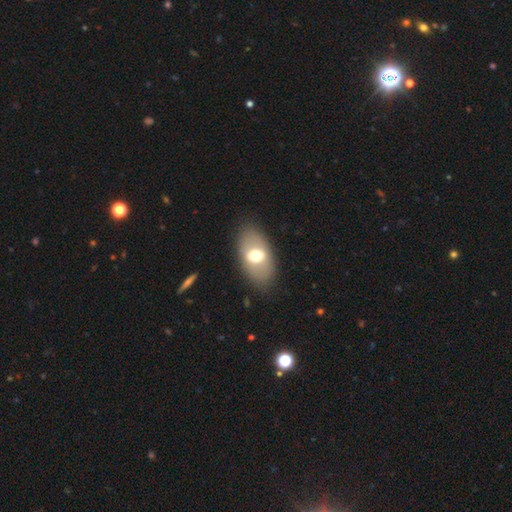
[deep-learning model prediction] Overall: smooth (56%; featured or disk 36%). How rounded: in between (89%). Merging: none (83%).